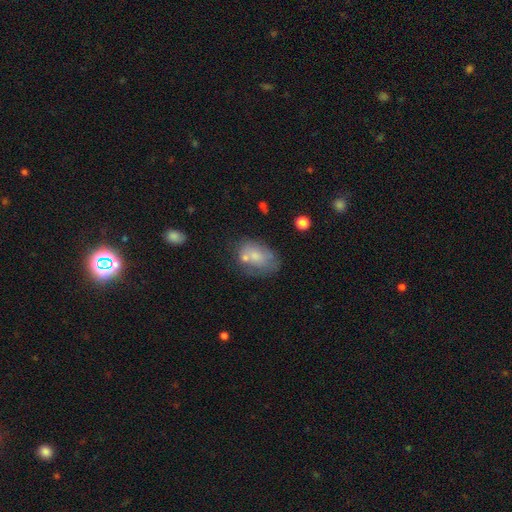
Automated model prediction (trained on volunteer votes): smooth-or-featured: smooth: 67% | featured or disk: 24% | star or artifact: 9%
  how-rounded: in between: 82% | round: 16% | cigar-shaped: 1%
  merging: none: 46% | minor disturbance: 25% | merger: 18% | major disturbance: 11%